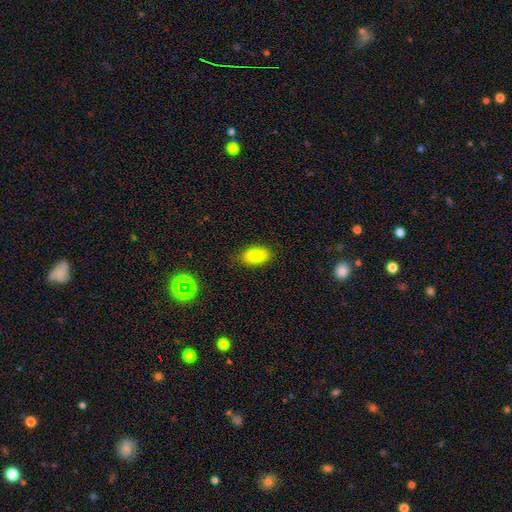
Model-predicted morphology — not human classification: A smooth galaxy with no disk features (80%) that is in between round and cigar-shaped (90%). Merging: none (85%).